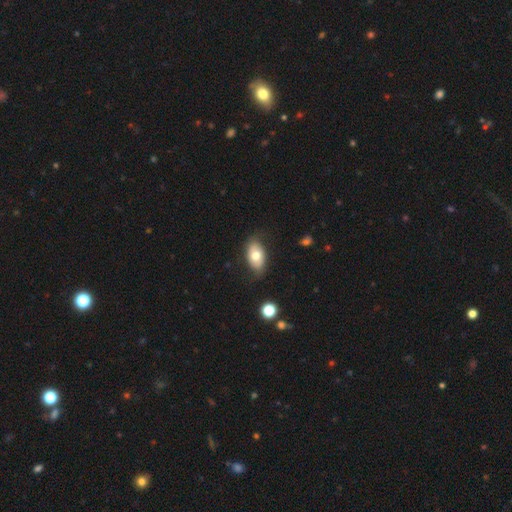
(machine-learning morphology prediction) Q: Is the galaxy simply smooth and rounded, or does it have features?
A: smooth — 69%.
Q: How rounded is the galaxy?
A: in between — 91%.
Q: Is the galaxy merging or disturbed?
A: none — 76%.